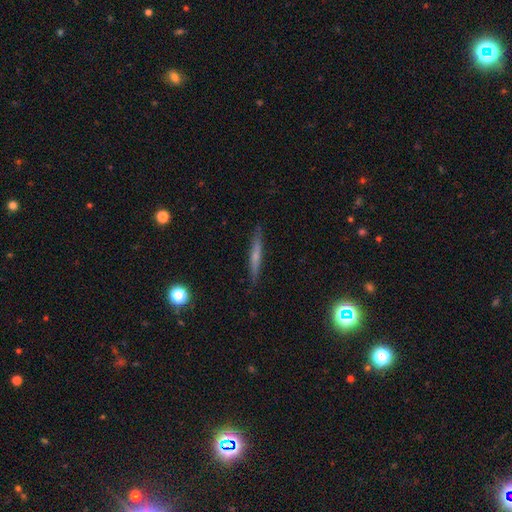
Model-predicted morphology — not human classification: Smooth or featured? smooth (49%)
Merging? none (89%)